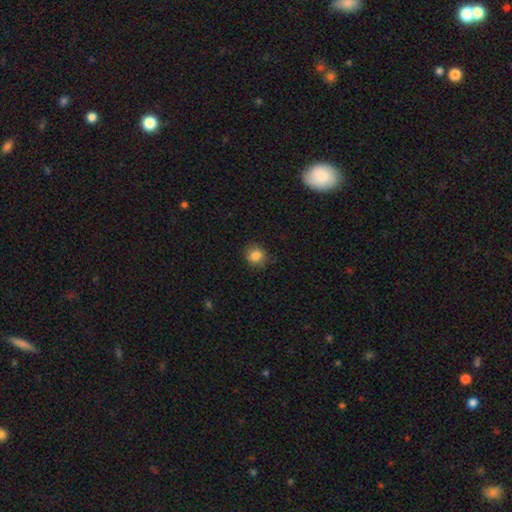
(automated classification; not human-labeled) Smooth or featured: smooth — 84% (star or artifact — 10%)
How rounded: round — 83% (in between — 17%)
Merging: none — 82% (minor disturbance — 14%)